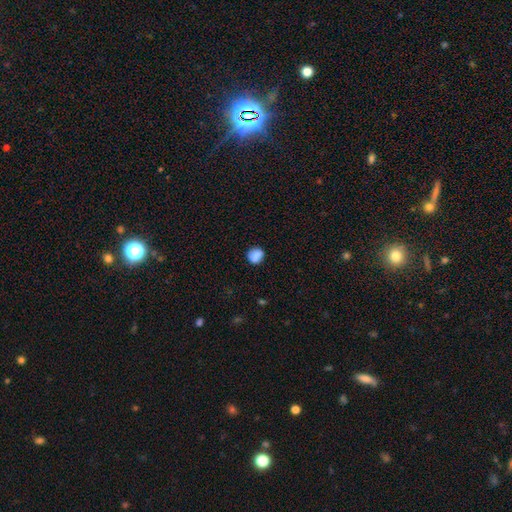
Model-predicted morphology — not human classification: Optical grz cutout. It shows a smooth galaxy with no disk features (84%) that is round (78%). Merging: none (78%).